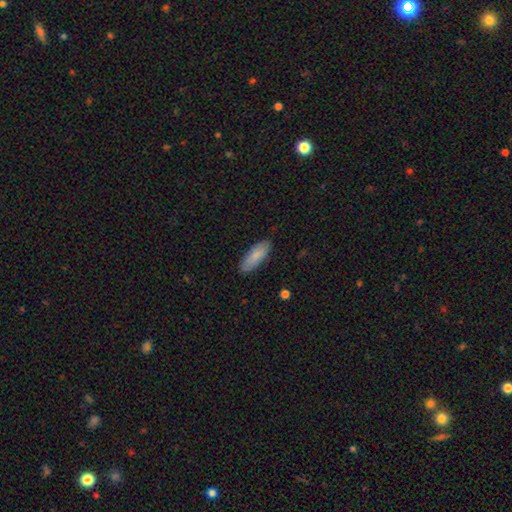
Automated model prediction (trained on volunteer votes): Smooth or featured? Predicted: smooth (p=0.82). How rounded? Predicted: in between (p=0.71). Merging? Predicted: none (p=0.85).